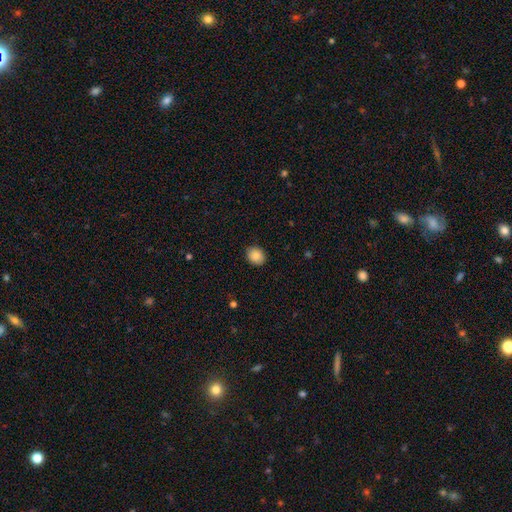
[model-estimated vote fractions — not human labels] A smooth galaxy with no disk features (88%) that is round (54%). Merging: none (88%).